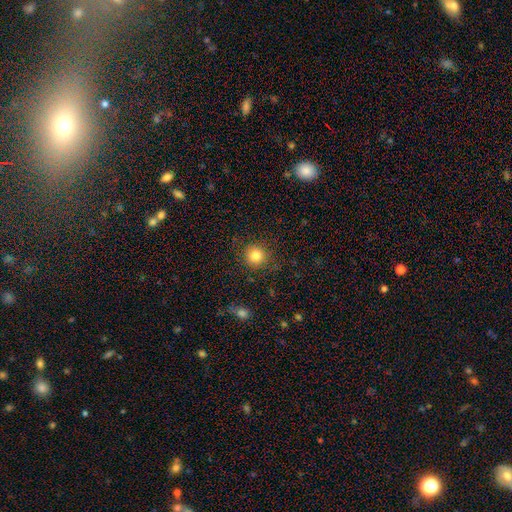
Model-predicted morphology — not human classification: Smooth or featured? Predicted: smooth (p=0.83). How rounded? Predicted: round (p=0.92). Merging? Predicted: none (p=0.86).